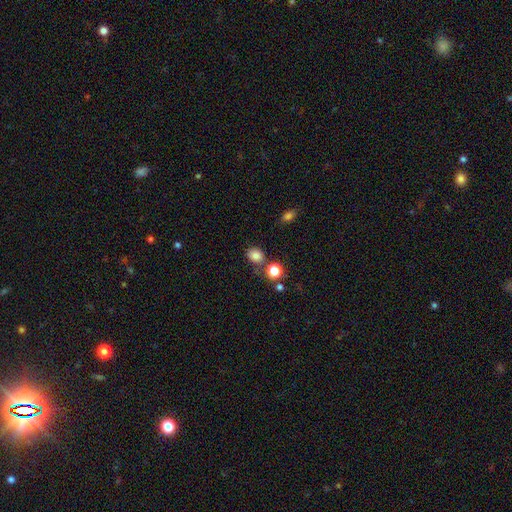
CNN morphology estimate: This is likely a smooth galaxy (79%). How rounded: possibly round (58%). Merging: likely none (72%).